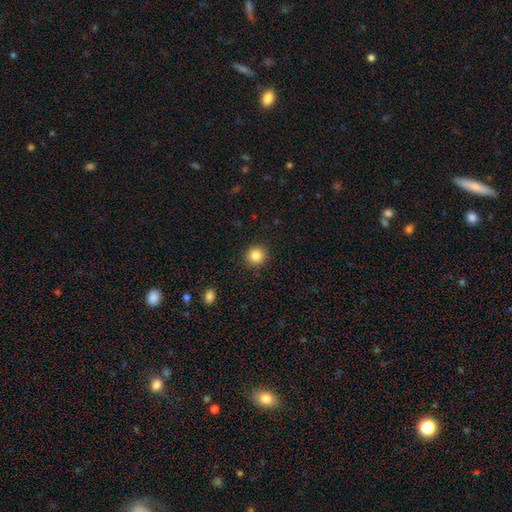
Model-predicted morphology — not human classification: This appears to be a smooth galaxy with no disk features (85%) that is round (92%). Merging: none (91%).